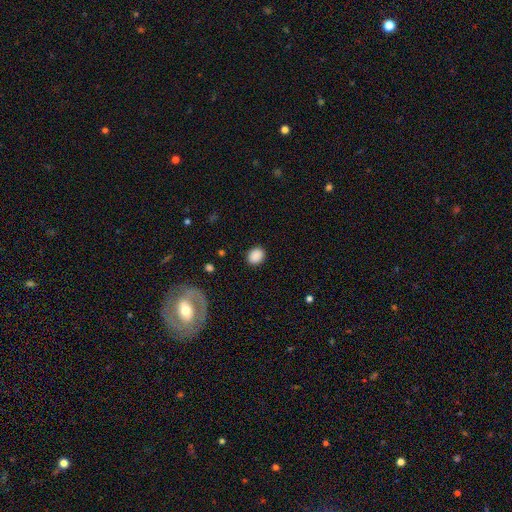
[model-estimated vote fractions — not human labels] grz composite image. It shows a smooth galaxy with no disk features (88%) that is round (51%). Merging: none (88%).